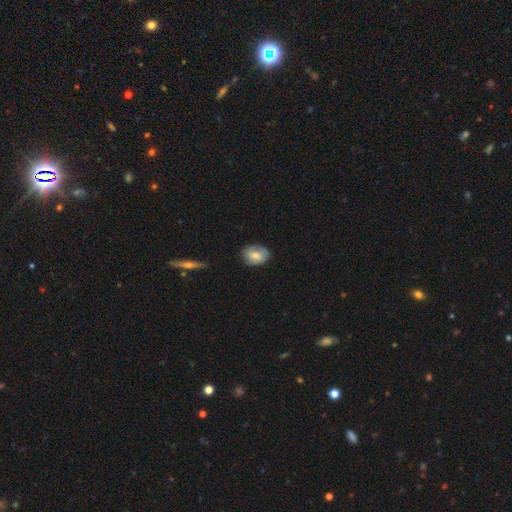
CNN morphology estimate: The model was most divided on "smooth or featured": smooth: 70%, featured or disk: 22%, star or artifact: 7%. More confident: how rounded — in between (76%); merging — none (71%).